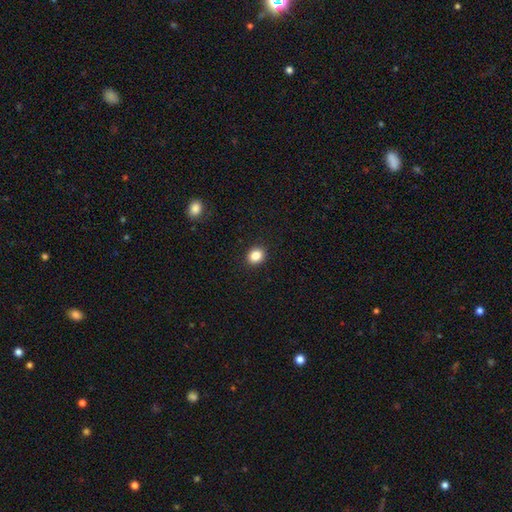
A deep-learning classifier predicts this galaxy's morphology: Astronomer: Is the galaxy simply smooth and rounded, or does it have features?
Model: smooth — 85%.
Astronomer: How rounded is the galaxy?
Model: round — 63%.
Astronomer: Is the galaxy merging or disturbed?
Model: none — 91%.